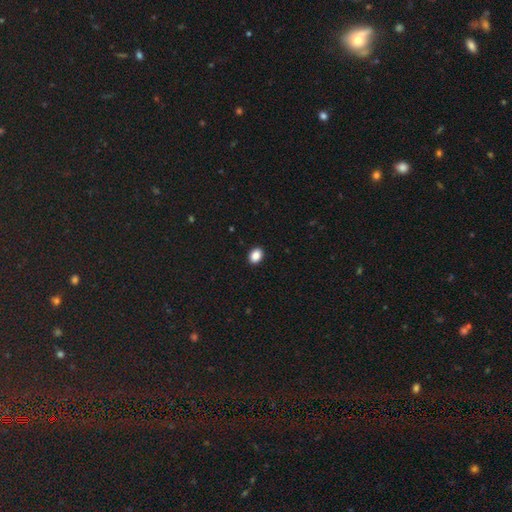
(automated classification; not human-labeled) Smooth or featured? Predicted: smooth (p=0.88). How rounded? Predicted: in between (p=0.72). Merging? Predicted: none (p=0.91).